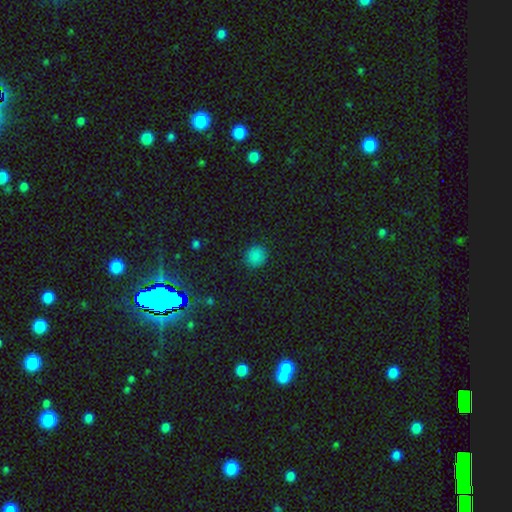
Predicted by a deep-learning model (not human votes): The model was most divided on "smooth or featured": smooth: 83%, star or artifact: 14%, featured or disk: 3%. More confident: merging — none (89%); how rounded — round (85%).